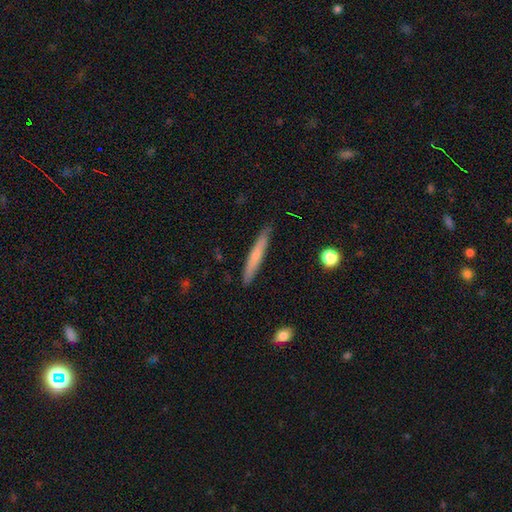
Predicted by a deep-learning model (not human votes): Smooth or featured: smooth — 62% (featured or disk — 31%)
How rounded: cigar-shaped — 95% (in between — 3%)
Merging: none — 87% (minor disturbance — 10%)